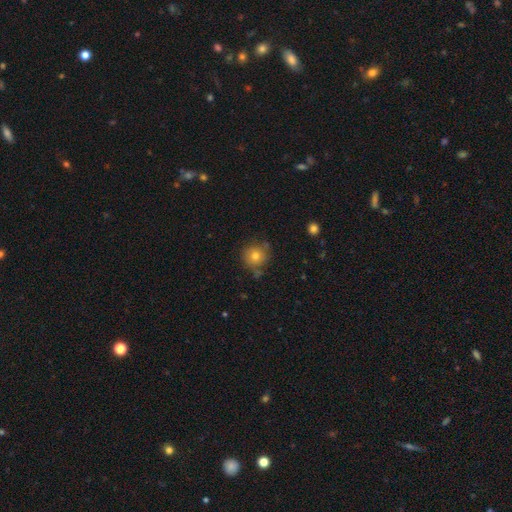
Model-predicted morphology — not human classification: The model was most divided on "merging": none: 74%, minor disturbance: 16%, merger: 5%, major disturbance: 4%. More confident: how rounded — round (91%); smooth or featured — smooth (76%).